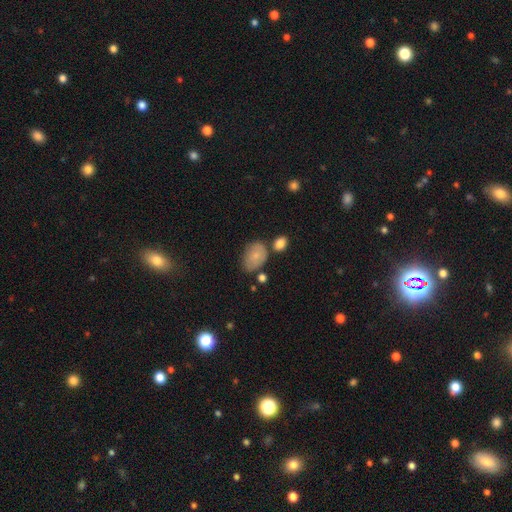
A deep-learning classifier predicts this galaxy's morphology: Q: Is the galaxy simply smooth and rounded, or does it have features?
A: smooth — 75%.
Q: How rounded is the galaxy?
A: in between — 78%.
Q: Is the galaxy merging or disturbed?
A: none — 53%.